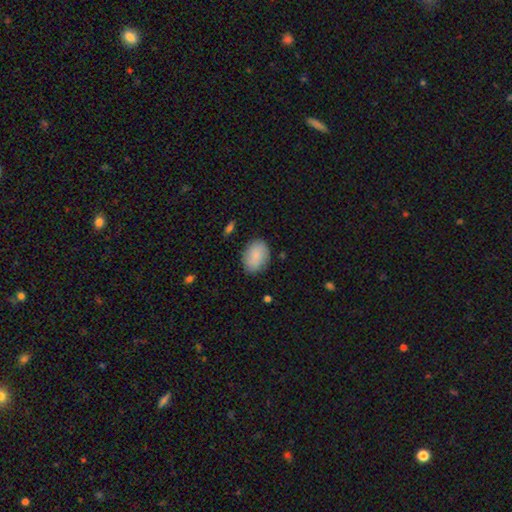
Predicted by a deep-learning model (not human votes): Morphology: type=smooth (85%); roundness=in between (76%); merging=none (83%).